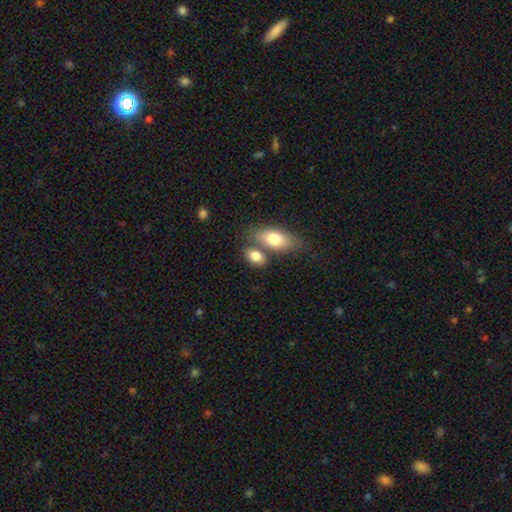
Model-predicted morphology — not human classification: Smooth or featured?
  - smooth: 81% *
  - featured or disk: 12%
  - star or artifact: 7%
How rounded?
  - in between: 85% *
  - round: 11%
  - cigar-shaped: 4%
Merging?
  - none: 50% *
  - merger: 34%
  - minor disturbance: 11%
  - major disturbance: 4%